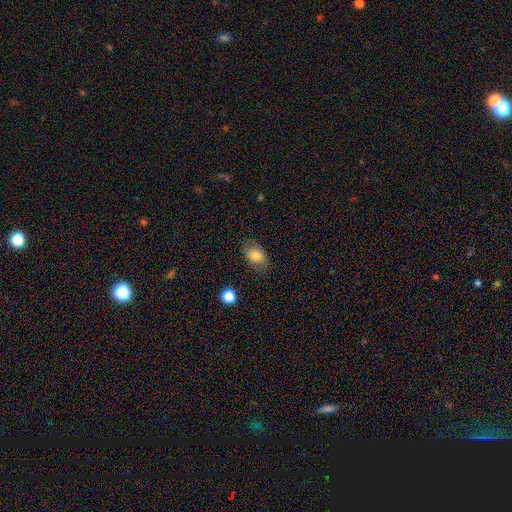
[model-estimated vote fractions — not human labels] Smooth or featured?
  - smooth: 79% *
  - featured or disk: 13%
  - star or artifact: 9%
How rounded?
  - in between: 82% *
  - round: 17%
  - cigar-shaped: 1%
Merging?
  - none: 77% *
  - minor disturbance: 17%
  - major disturbance: 4%
  - merger: 1%